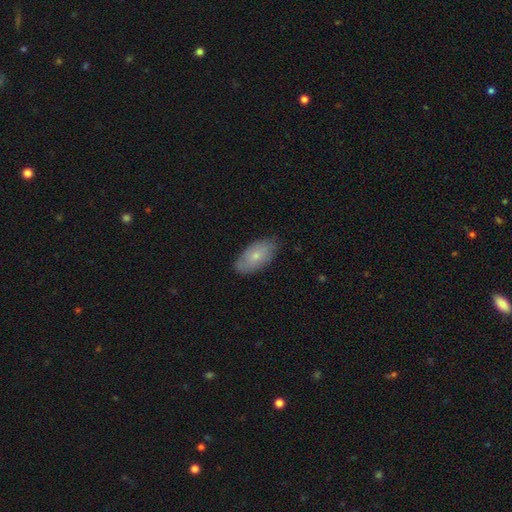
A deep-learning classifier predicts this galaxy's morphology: smooth-or-featured: smooth: 69% | featured or disk: 25% | star or artifact: 6%
  how-rounded: in between: 93% | cigar-shaped: 3% | round: 3%
  merging: none: 80% | minor disturbance: 16% | major disturbance: 3% | merger: 1%